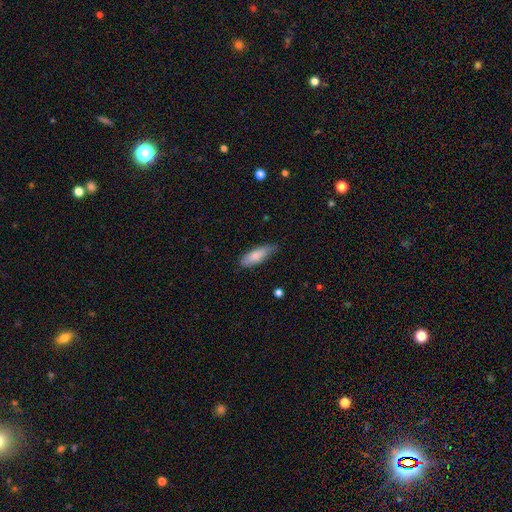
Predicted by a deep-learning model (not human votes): Overall: smooth (80%). How rounded: in between (54%; cigar-shaped 44%). Merging: none (70%).